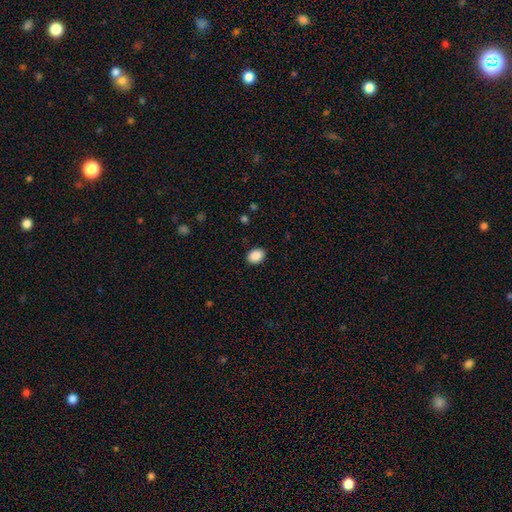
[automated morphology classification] The model was most divided on "how rounded": in between: 70%, round: 29%, cigar-shaped: 1%. More confident: smooth or featured — smooth (90%); merging — none (89%).